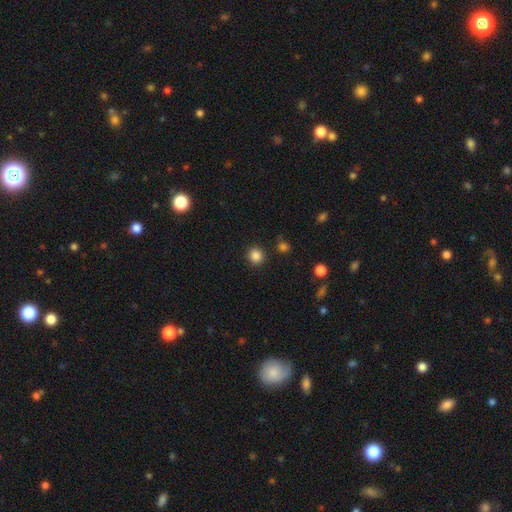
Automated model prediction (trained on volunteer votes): Smooth or featured? Predicted: smooth (p=0.85). How rounded? Predicted: round (p=0.91). Merging? Predicted: none (p=0.90).